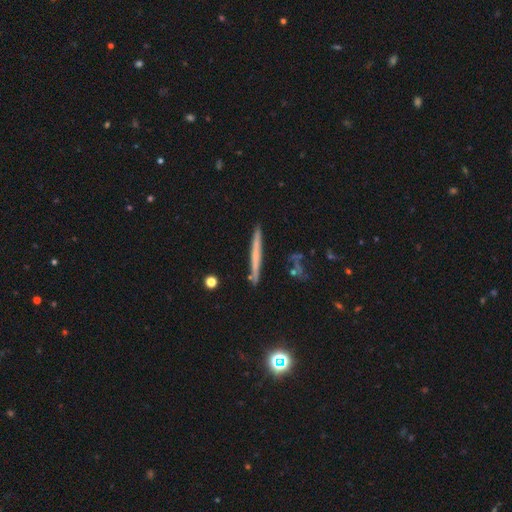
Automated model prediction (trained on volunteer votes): Smooth or featured? featured or disk (48%)
Merging? none (87%)